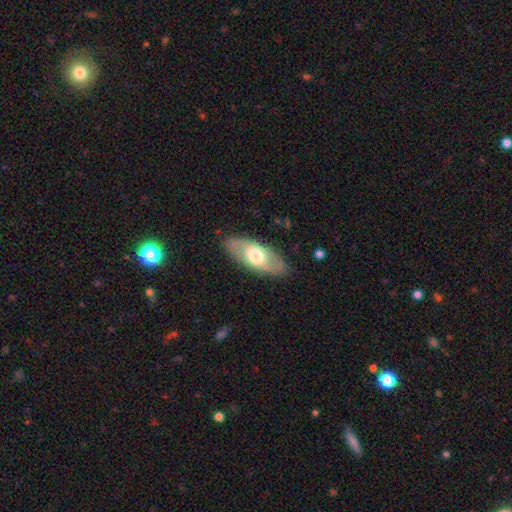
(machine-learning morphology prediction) Smooth or featured? smooth (52%)
How rounded? in between (84%)
Merging? none (85%)